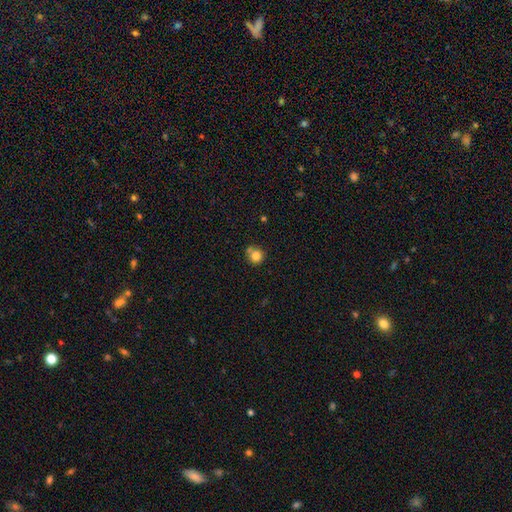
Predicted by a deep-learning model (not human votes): A smooth galaxy with no disk features (81%) that is round (90%).

Vote fractions:
- Smooth or featured? smooth: 81% / star or artifact: 11% / featured or disk: 8%
- How rounded? round: 90% / in between: 9% / cigar-shaped: 1%
- Merging? none: 61% / merger: 21% / minor disturbance: 15% / major disturbance: 4%